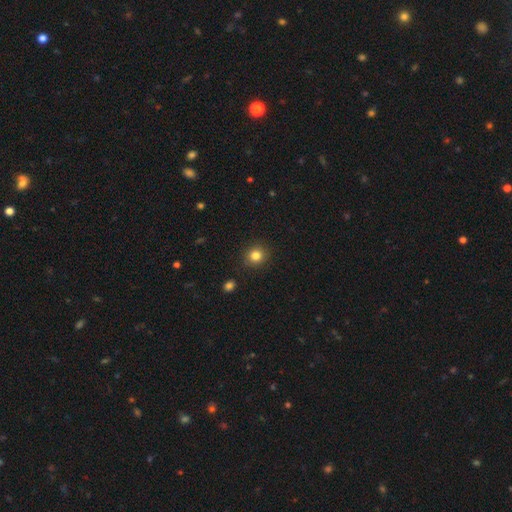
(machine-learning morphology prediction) smooth 83%, star or artifact 11%, featured or disk 6%. Down the decision tree: how rounded — round (84%); merging — none (90%).